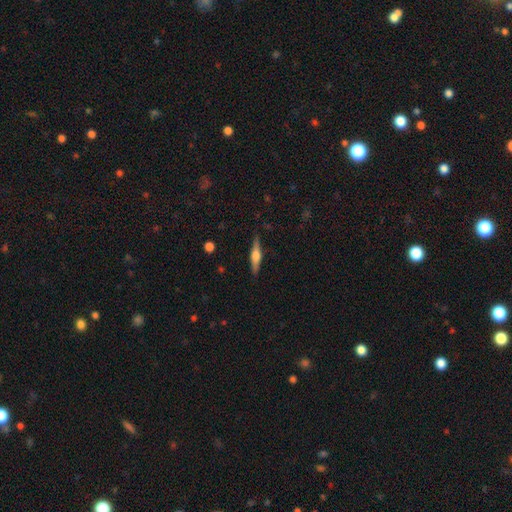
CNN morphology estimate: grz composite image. It shows a featured or disk galaxy (65%) viewed edge-on (97%) with a rounded central bulge (87%). Merging: none (88%).